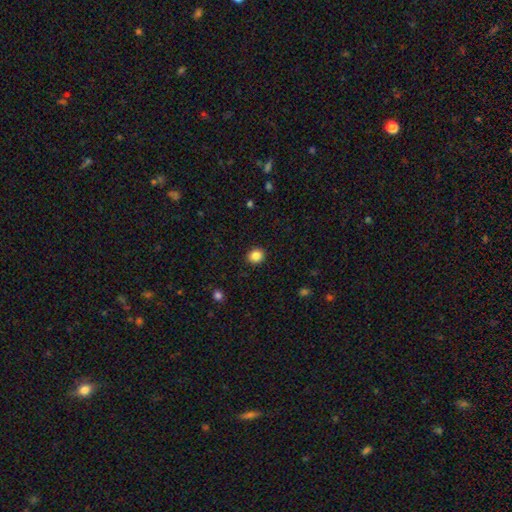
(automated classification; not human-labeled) A smooth galaxy with no disk features (86%) that is round (80%).

Vote fractions:
- Smooth or featured? smooth: 86% / star or artifact: 10% / featured or disk: 4%
- How rounded? round: 80% / in between: 19% / cigar-shaped: 1%
- Merging? none: 92% / minor disturbance: 6% / major disturbance: 2% / merger: 1%